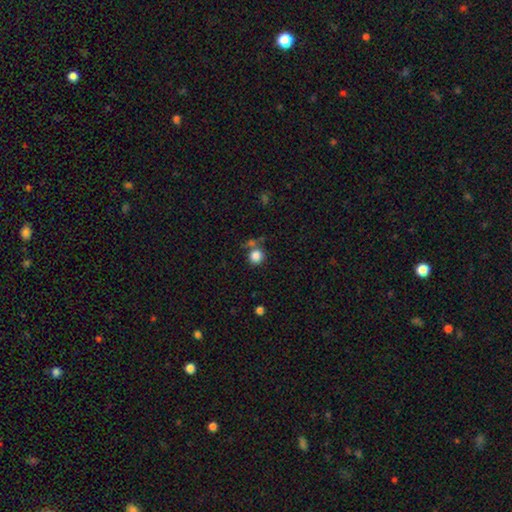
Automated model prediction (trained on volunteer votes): A smooth galaxy with no disk features (85%) that is round (90%).

Vote fractions:
- Smooth or featured? smooth: 85% / star or artifact: 10% / featured or disk: 5%
- How rounded? round: 90% / in between: 9% / cigar-shaped: 1%
- Merging? none: 67% / merger: 16% / minor disturbance: 12% / major disturbance: 5%